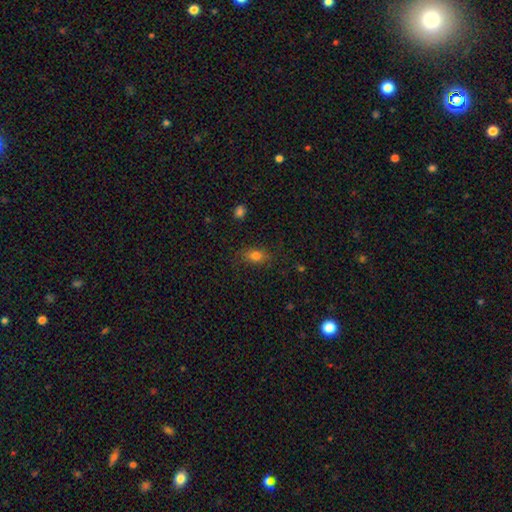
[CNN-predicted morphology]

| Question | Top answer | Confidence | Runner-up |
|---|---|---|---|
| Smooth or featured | smooth | 79% | star or artifact (12%) |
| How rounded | in between | 74% | round (22%) |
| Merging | none | 78% | minor disturbance (16%) |